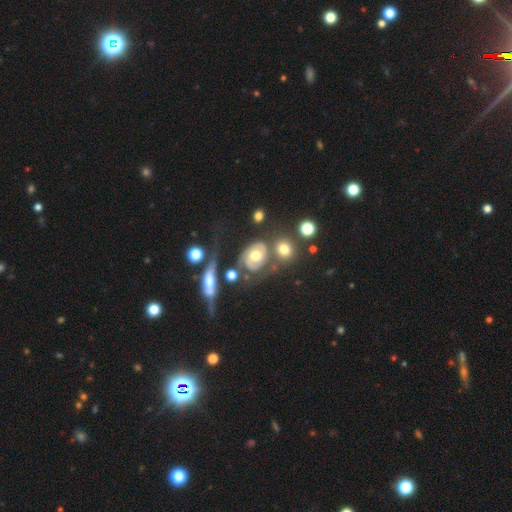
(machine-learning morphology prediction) featured or disk 65%, smooth 27%, star or artifact 8%. Down the decision tree: edge-on disk — no (95%); bar — no (71%); spiral arms — yes (75%); bulge size — moderate (64%); merging — none (45%).